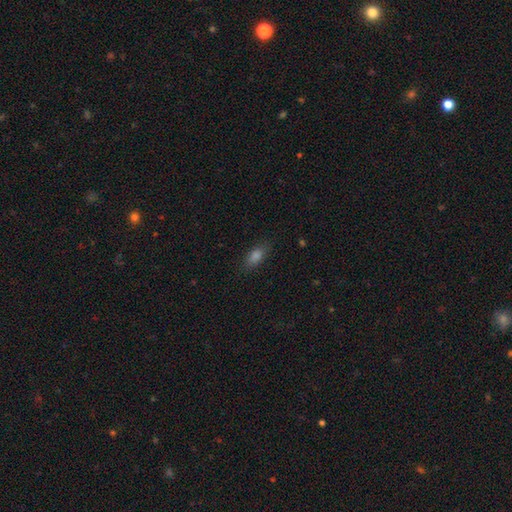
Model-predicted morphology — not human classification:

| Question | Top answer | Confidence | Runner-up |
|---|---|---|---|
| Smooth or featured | smooth | 75% | star or artifact (15%) |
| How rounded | in between | 75% | cigar-shaped (19%) |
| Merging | none | 83% | minor disturbance (12%) |